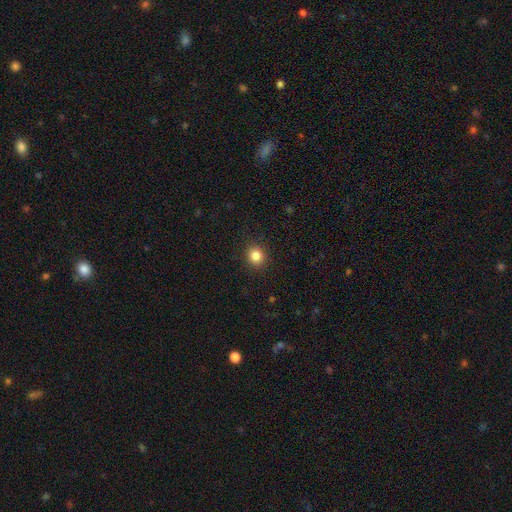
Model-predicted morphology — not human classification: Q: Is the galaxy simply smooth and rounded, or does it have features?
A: smooth — 85%.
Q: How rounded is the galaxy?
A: round — 82%.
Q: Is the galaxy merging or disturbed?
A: none — 91%.